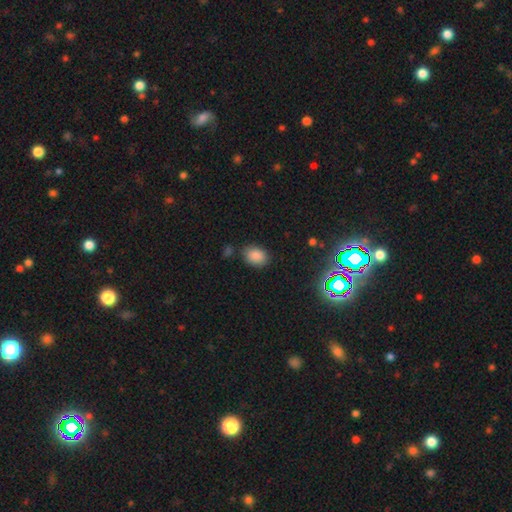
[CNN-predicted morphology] smooth-or-featured: smooth: 84% | star or artifact: 10% | featured or disk: 5%
  how-rounded: in between: 70% | round: 29% | cigar-shaped: 1%
  merging: none: 81% | minor disturbance: 12% | merger: 4% | major disturbance: 3%